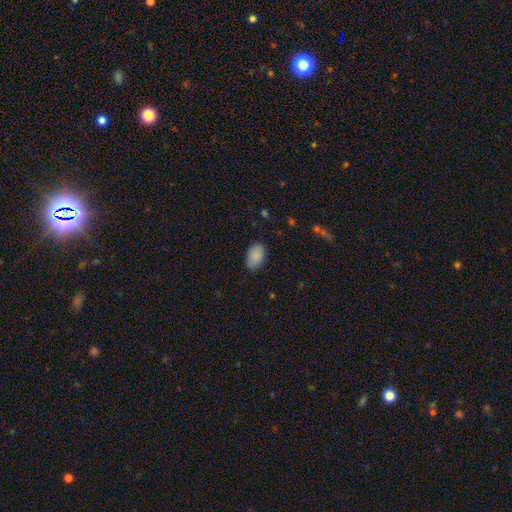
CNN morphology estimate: Smooth or featured?
  - smooth: 88% *
  - star or artifact: 7%
  - featured or disk: 5%
How rounded?
  - in between: 91% *
  - round: 8%
  - cigar-shaped: 1%
Merging?
  - none: 82% *
  - minor disturbance: 14%
  - major disturbance: 3%
  - merger: 1%